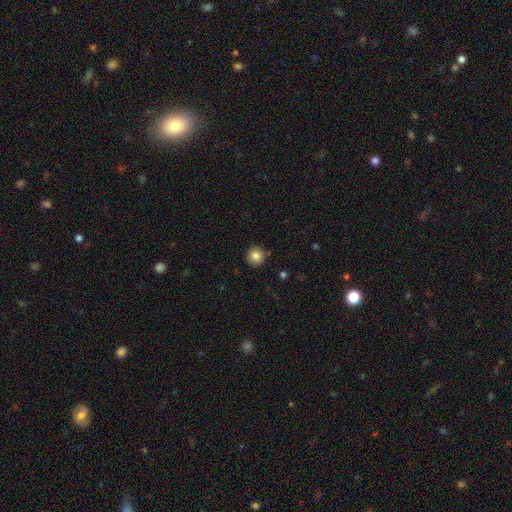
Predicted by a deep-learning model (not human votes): A smooth galaxy with no disk features (83%) that is round (95%). Merging: none (91%).